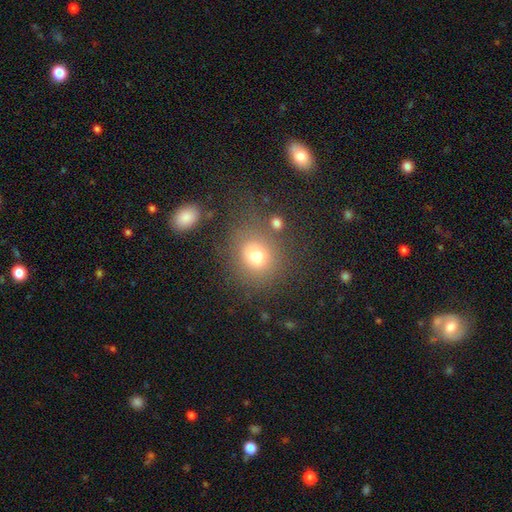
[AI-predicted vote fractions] Smooth or featured?
  - smooth: 74% *
  - star or artifact: 14%
  - featured or disk: 12%
How rounded?
  - round: 72% *
  - in between: 27%
  - cigar-shaped: 1%
Merging?
  - none: 65% *
  - minor disturbance: 16%
  - major disturbance: 10%
  - merger: 10%